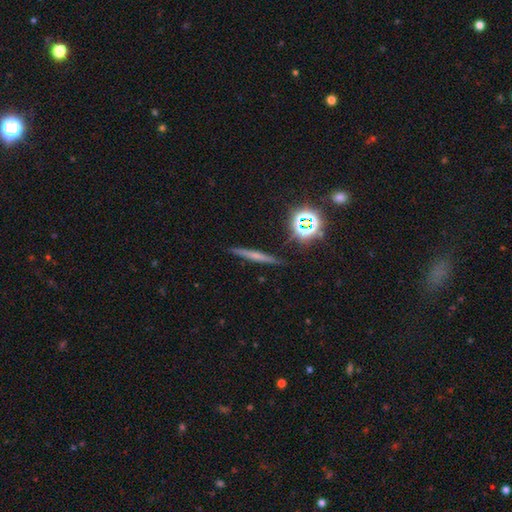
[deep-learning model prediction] smooth_or_featured: featured or disk (p=0.41) [tied with: smooth p=0.41]
merging: none (p=0.87) [alt: minor disturbance p=0.08]